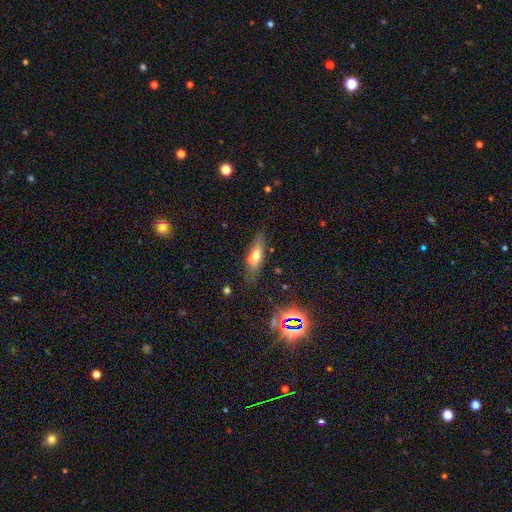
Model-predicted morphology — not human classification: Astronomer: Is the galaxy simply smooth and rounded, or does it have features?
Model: smooth — 57%.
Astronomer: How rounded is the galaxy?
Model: in between — 53% (runner-up: cigar-shaped, 42%).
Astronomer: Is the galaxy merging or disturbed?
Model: none — 61%.